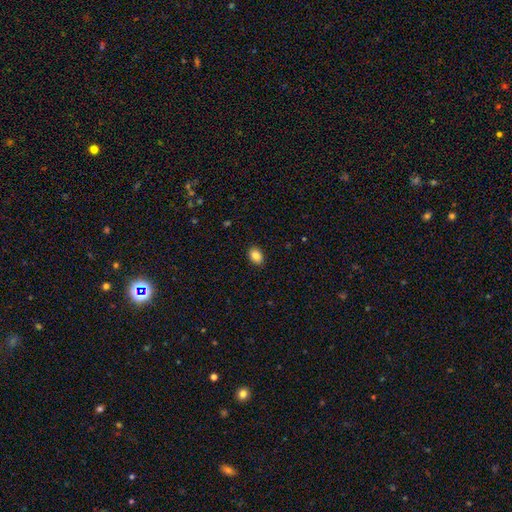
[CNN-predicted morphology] Smooth or featured? smooth (86%)
How rounded? in between (73%)
Merging? none (89%)